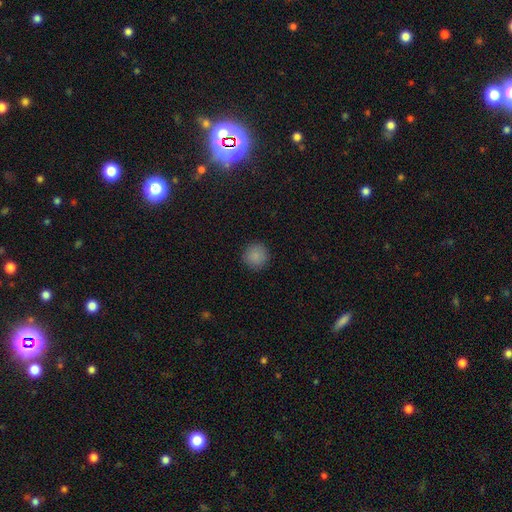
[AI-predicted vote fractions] This is clearly a smooth galaxy (87%). How rounded: clearly round (94%). Merging: clearly none (91%).